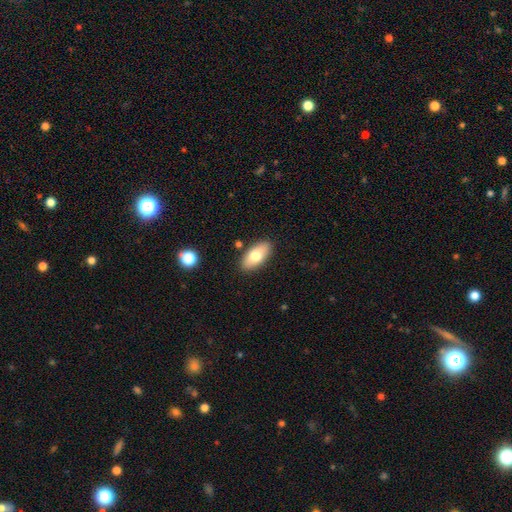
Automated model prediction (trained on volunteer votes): smooth-or-featured: smooth: 72% | featured or disk: 21% | star or artifact: 7%
  how-rounded: in between: 92% | cigar-shaped: 5% | round: 3%
  merging: none: 86% | minor disturbance: 9% | merger: 2% | major disturbance: 2%